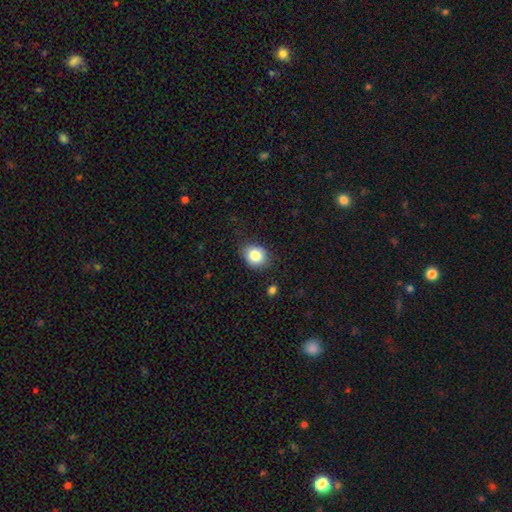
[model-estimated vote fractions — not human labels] This appears to be a smooth galaxy with no disk features (85%) that is round (65%). Merging: none (80%).